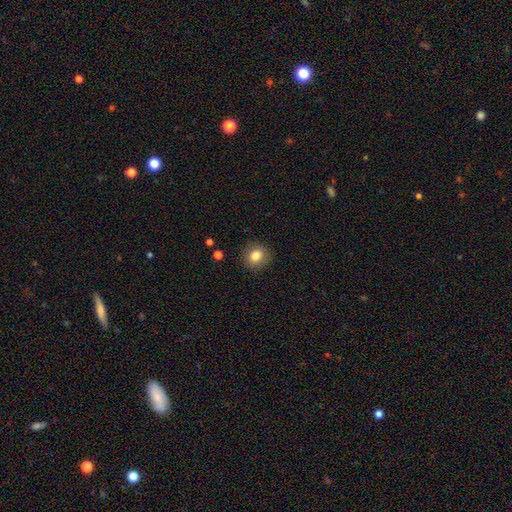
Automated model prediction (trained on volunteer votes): A smooth galaxy with no disk features (83%) that is round (81%).

Vote fractions:
- Smooth or featured? smooth: 83% / star or artifact: 9% / featured or disk: 7%
- How rounded? round: 81% / in between: 18% / cigar-shaped: 1%
- Merging? none: 88% / minor disturbance: 8% / major disturbance: 2% / merger: 1%